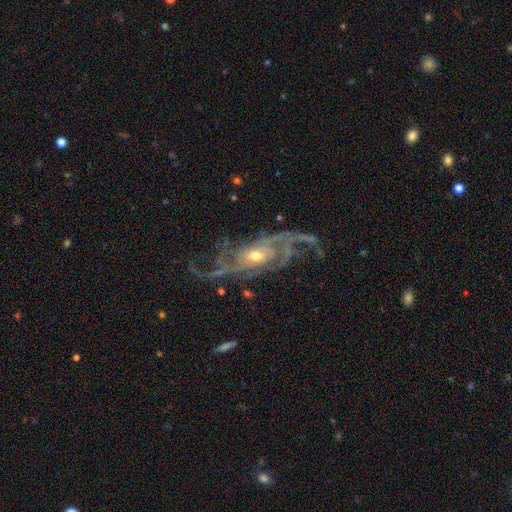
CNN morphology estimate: Smooth or featured: featured or disk — 91% (star or artifact — 5%)
Edge-on disk: no — 96% (yes — 4%)
Bar: no — 58% (weak — 30%)
Spiral arms: yes — 96% (no — 4%)
Spiral winding: medium — 40% (loose — 39%)
Spiral arm count: 2 — 27% (3 — 22%)
Bulge size: moderate — 54% (small — 39%)
Merging: none — 55% (major disturbance — 26%)